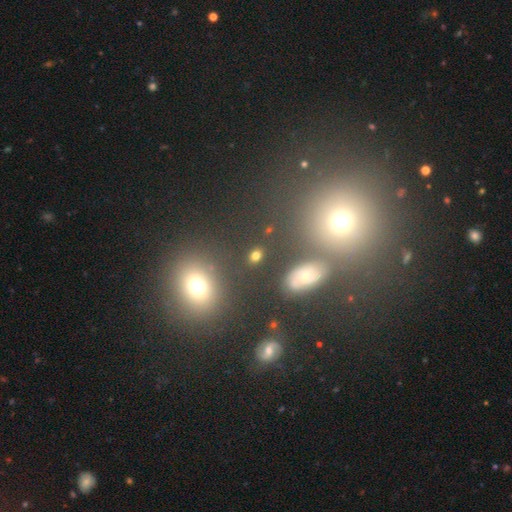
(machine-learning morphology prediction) smooth 71%, star or artifact 19%, featured or disk 10%. Down the decision tree: how rounded — in between (59%); merging — none (82%).